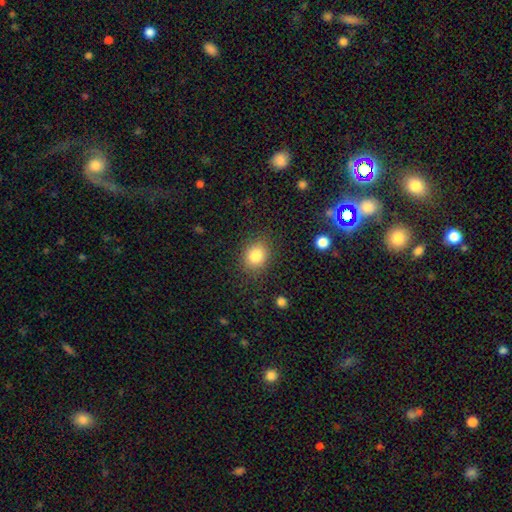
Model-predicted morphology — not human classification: smooth 83%, star or artifact 10%, featured or disk 7%. Down the decision tree: how rounded — round (57%); merging — none (85%).